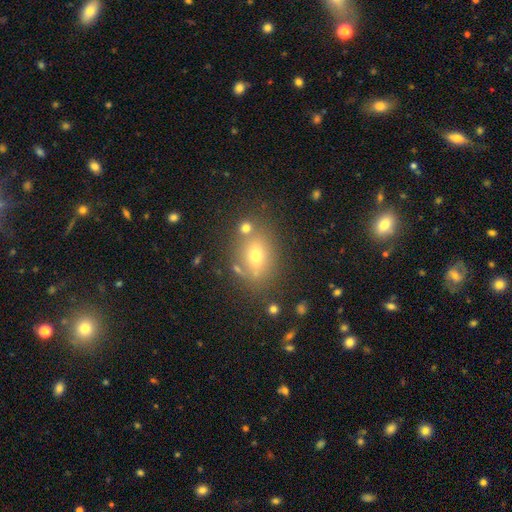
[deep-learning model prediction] A smooth galaxy with no disk features (63%) that is in between round and cigar-shaped (61%). Merging: none (71%).